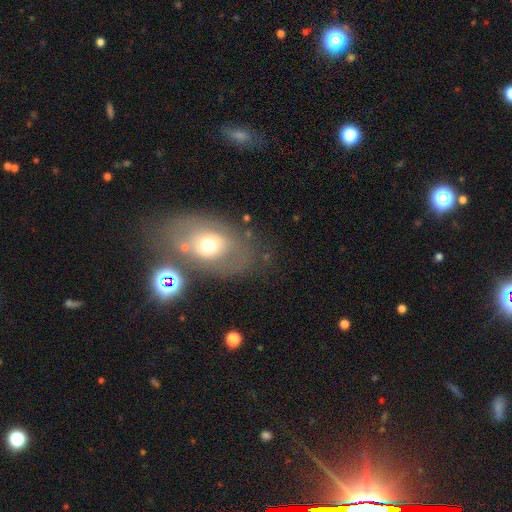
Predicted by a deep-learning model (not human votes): Smooth or featured? featured or disk (46%)
Merging? none (66%)